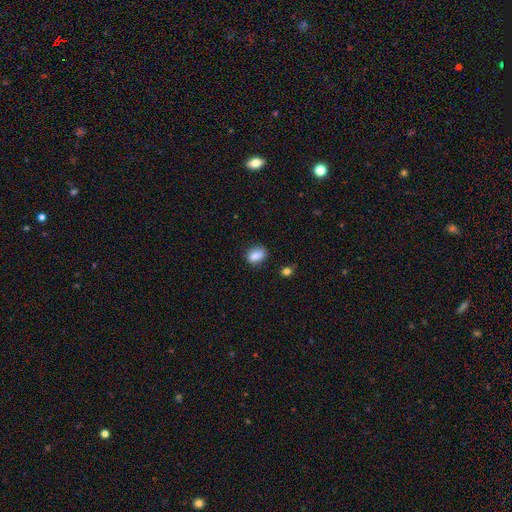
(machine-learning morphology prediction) This appears to be a smooth galaxy with no disk features (84%) that is in between round and cigar-shaped (79%). Merging: none (75%).